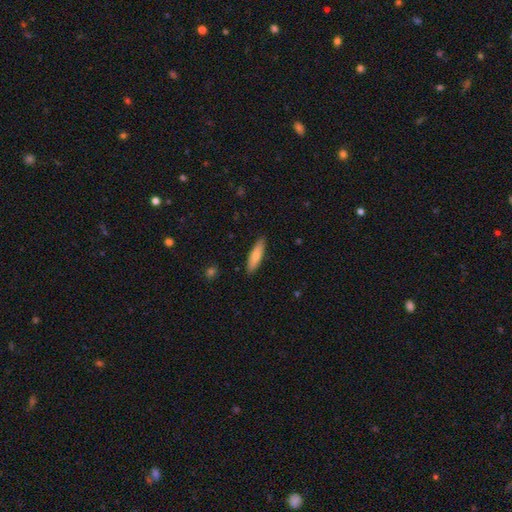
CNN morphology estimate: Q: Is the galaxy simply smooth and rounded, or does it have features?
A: smooth — 74%.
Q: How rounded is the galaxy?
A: cigar-shaped — 70%.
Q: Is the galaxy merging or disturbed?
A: none — 89%.